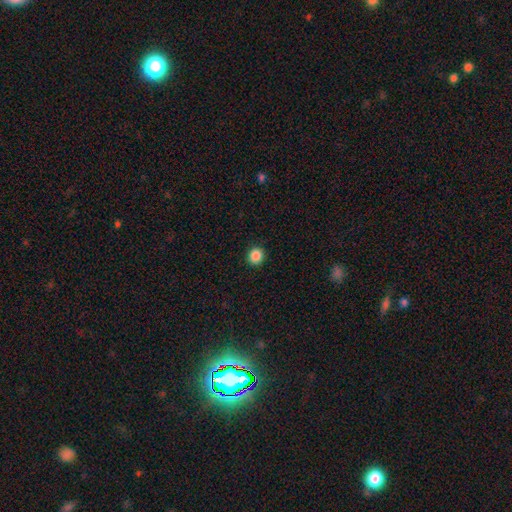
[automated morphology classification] A smooth galaxy with no disk features (87%) that is round (87%). Merging: none (92%).